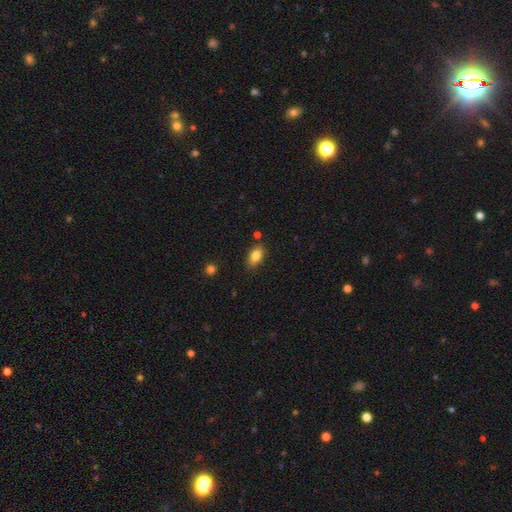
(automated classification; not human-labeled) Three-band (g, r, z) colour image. It shows a smooth galaxy with no disk features (82%) that is in between round and cigar-shaped (89%). Merging: none (83%).